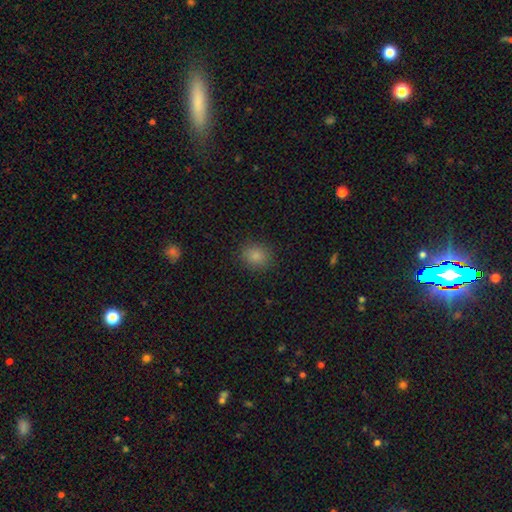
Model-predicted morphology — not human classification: A smooth galaxy with no disk features (84%) that is round (72%). Merging: none (88%).